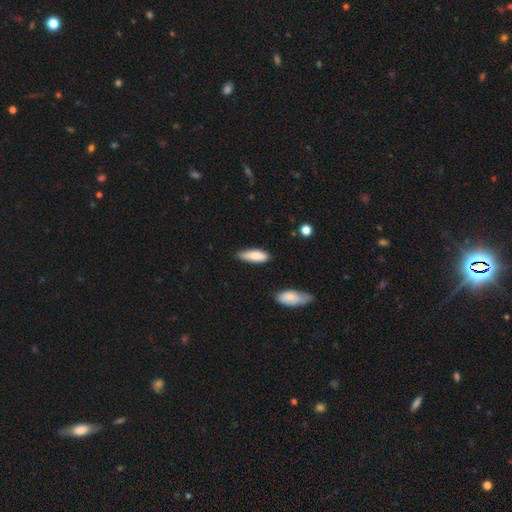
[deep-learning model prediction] The model was most divided on "how rounded": in between: 55%, cigar-shaped: 43%, round: 2%. More confident: smooth or featured — smooth (84%); merging — none (70%).